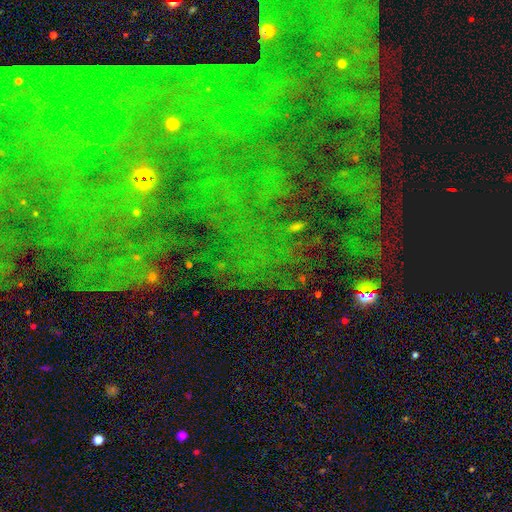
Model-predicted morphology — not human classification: Smooth or featured?
  - star or artifact: 72% *
  - featured or disk: 16%
  - smooth: 11%